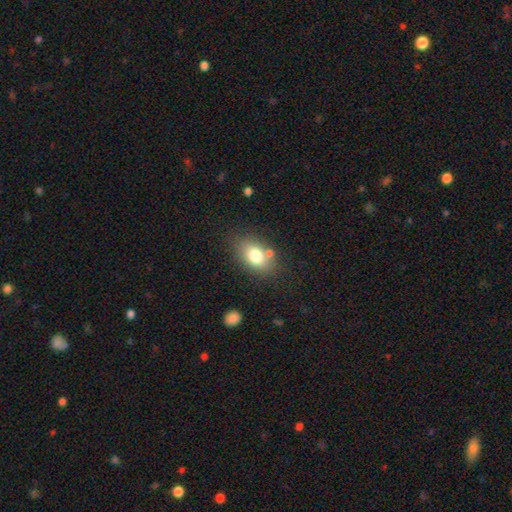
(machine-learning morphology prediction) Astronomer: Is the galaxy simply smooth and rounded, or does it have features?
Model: smooth — 77%.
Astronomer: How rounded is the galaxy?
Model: in between — 80%.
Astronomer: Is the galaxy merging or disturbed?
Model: none — 70%.